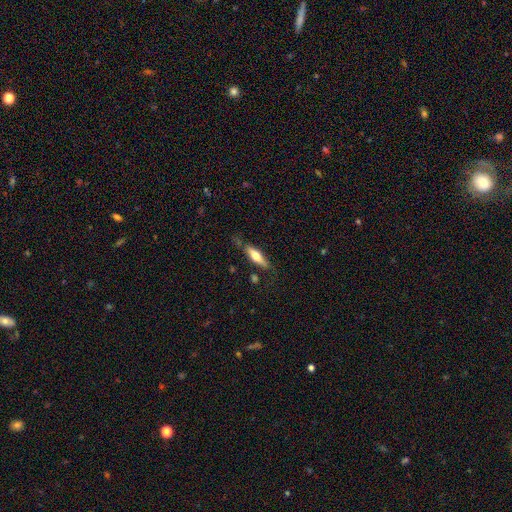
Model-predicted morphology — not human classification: smooth_or_featured: smooth (p=0.54) [alt: featured or disk p=0.40]
how_rounded: cigar-shaped (p=0.65) [alt: in between p=0.33]
merging: none (p=0.73) [alt: minor disturbance p=0.19]